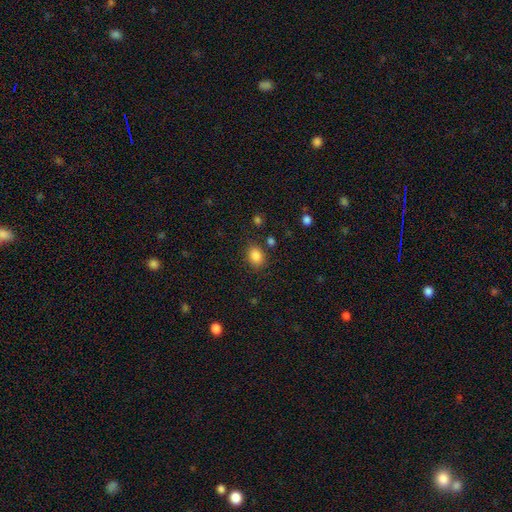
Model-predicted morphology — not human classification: smooth_or_featured: smooth (p=0.85) [alt: star or artifact p=0.10]
how_rounded: in between (p=0.58) [alt: round p=0.41]
merging: none (p=0.81) [alt: minor disturbance p=0.12]